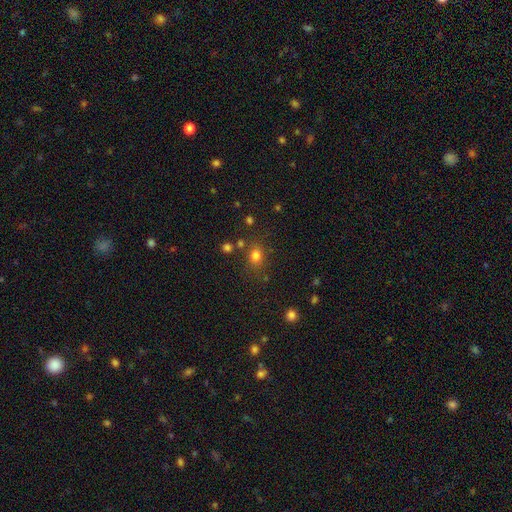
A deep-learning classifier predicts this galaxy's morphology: A smooth galaxy with no disk features (77%) that is round (58%). Merging: none (74%).